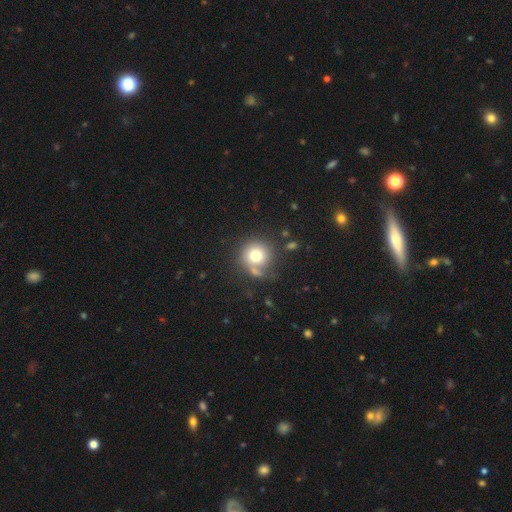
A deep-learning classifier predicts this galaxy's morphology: Smooth or featured? Predicted: smooth (p=0.76). How rounded? Predicted: round (p=0.92). Merging? Predicted: none (p=0.67).